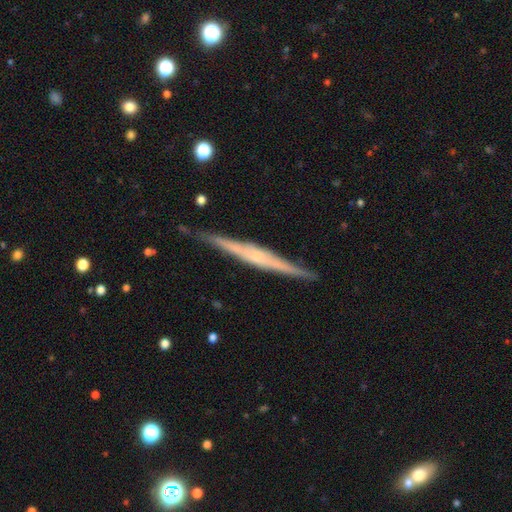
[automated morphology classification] Smooth or featured? Predicted: featured or disk (p=0.77). Edge-on disk? Predicted: yes (p=0.98). Edge-on bulge? Predicted: rounded (p=0.53). Merging? Predicted: none (p=0.87).